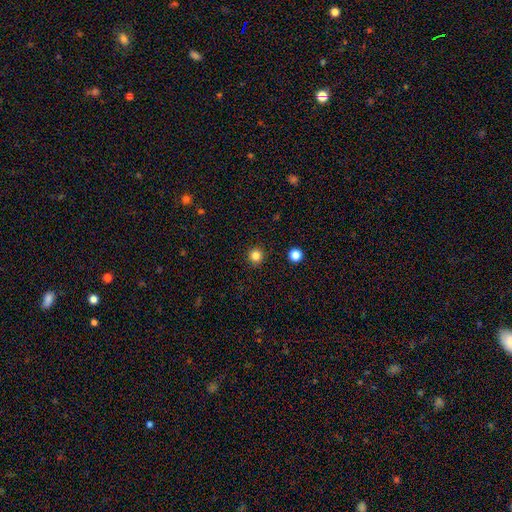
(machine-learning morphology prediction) This appears to be a smooth galaxy with no disk features (83%) that is round (95%). Merging: none (92%).